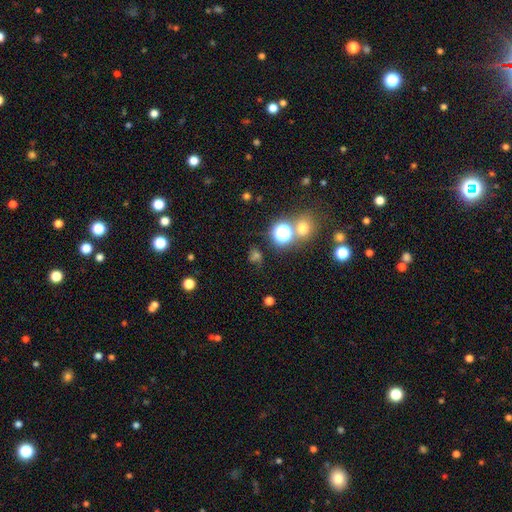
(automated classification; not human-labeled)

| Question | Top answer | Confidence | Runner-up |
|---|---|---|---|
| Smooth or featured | star or artifact | 51% | smooth (39%) |